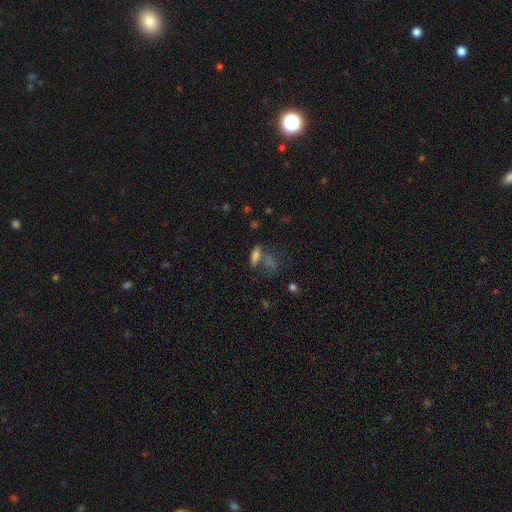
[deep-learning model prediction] smooth_or_featured: smooth (p=0.71) [alt: featured or disk p=0.14]
how_rounded: in between (p=0.60) [alt: cigar-shaped p=0.34]
merging: none (p=0.51) [alt: merger p=0.26]